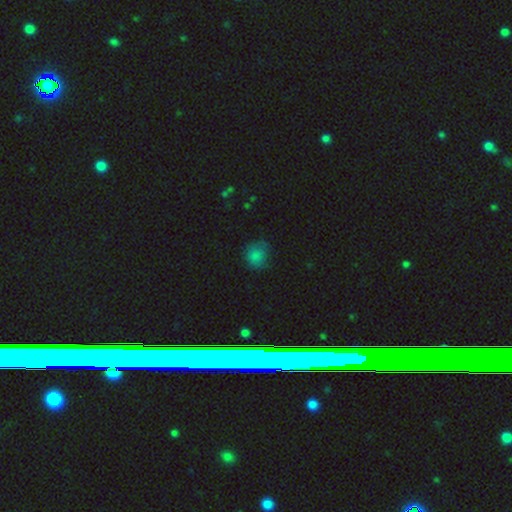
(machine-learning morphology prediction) This appears to be a smooth galaxy with no disk features (79%) that is round (81%). Merging: none (67%).